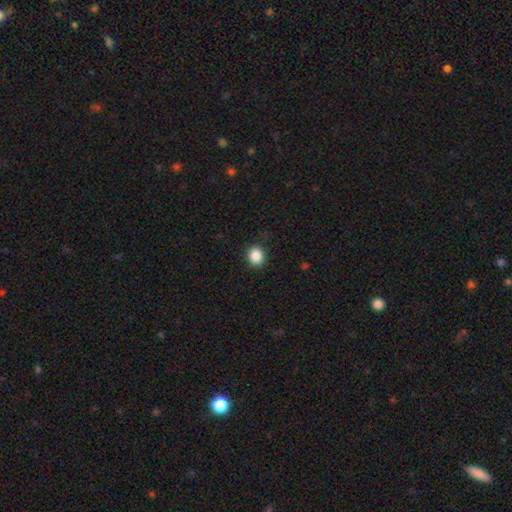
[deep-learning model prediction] A smooth galaxy with no disk features (87%) that is round (79%). Merging: none (88%).